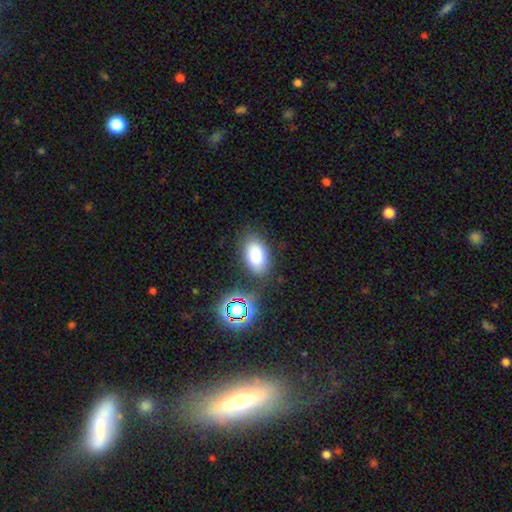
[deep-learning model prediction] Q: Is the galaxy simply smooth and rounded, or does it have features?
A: smooth — 79%.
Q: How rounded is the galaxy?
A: in between — 91%.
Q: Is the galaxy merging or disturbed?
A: none — 79%.